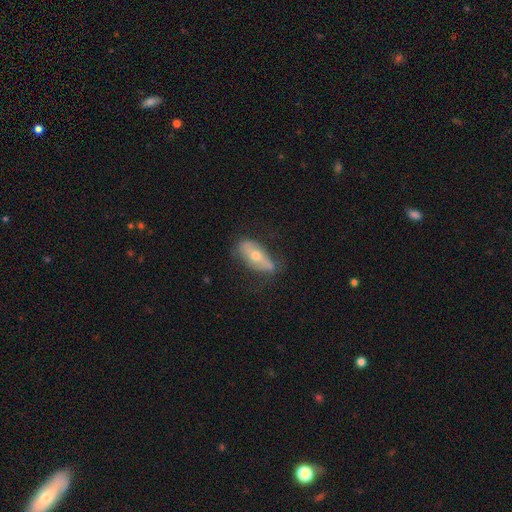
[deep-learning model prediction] smooth_or_featured: featured or disk (p=0.55) [alt: smooth p=0.38]
disk_edge_on: no (p=0.71) [alt: yes p=0.29]
merging: none (p=0.67) [alt: minor disturbance p=0.23]